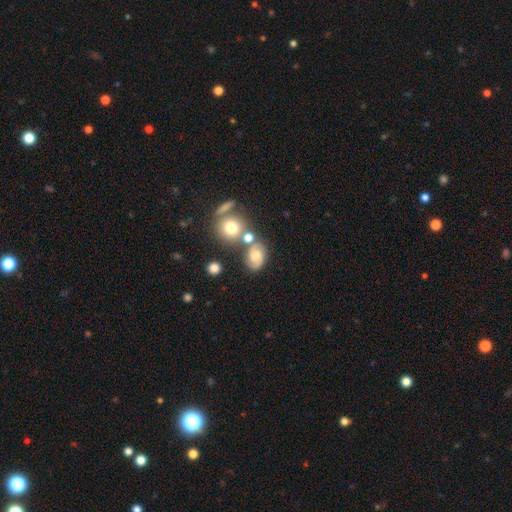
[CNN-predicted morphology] Overall: featured or disk (56%; smooth 33%). Edge-on disk: no (97%). Bar: no (57%; weak 36%). Spiral arms: yes (88%). Bulge size: moderate (43%; small 26%). Merging: none (58%).